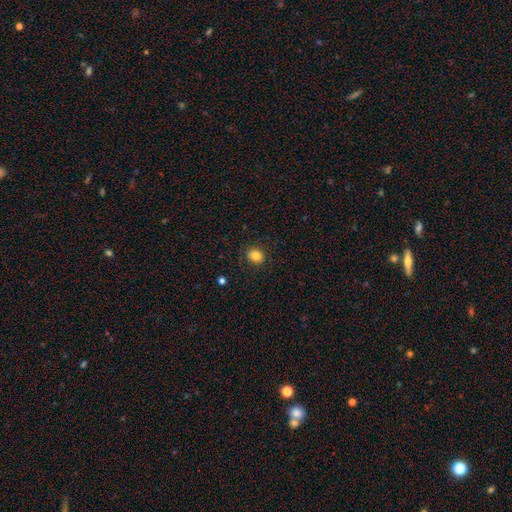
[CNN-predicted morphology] The model was most divided on "how rounded": round: 55%, in between: 44%, cigar-shaped: 1%. More confident: merging — none (85%); smooth or featured — smooth (81%).